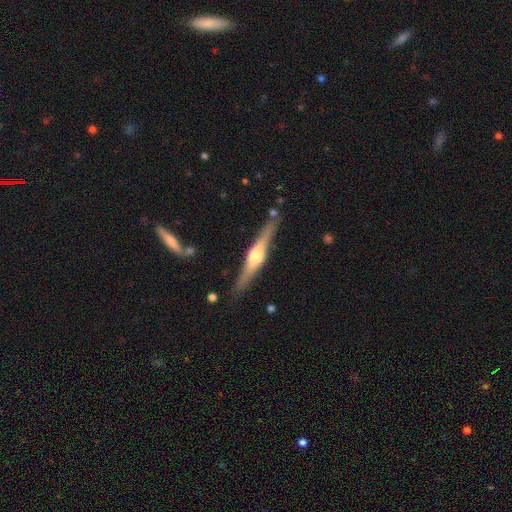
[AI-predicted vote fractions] This is likely a featured or disk galaxy (77%). It is clearly viewed edge-on (98%). Edge-on bulge: clearly rounded (92%). Merging: clearly none (86%).